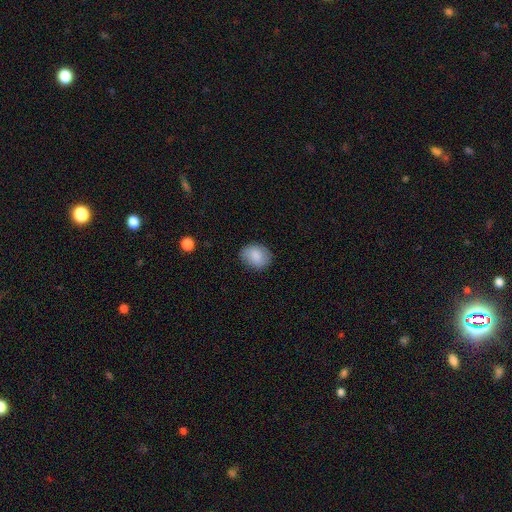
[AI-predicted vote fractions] smooth-or-featured: smooth: 84% | featured or disk: 9% | star or artifact: 7%
  how-rounded: in between: 57% | round: 42% | cigar-shaped: 1%
  merging: none: 81% | minor disturbance: 14% | major disturbance: 3% | merger: 1%